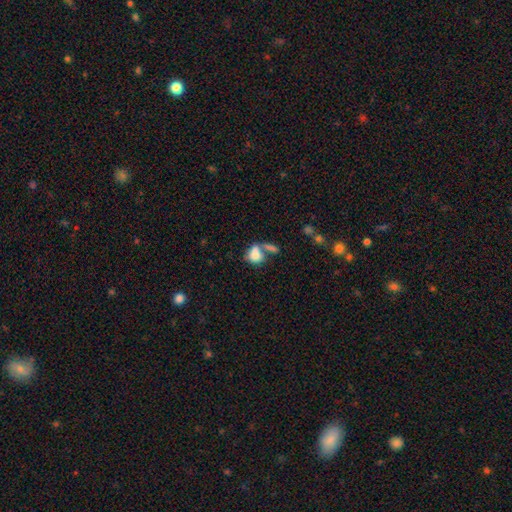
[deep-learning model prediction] Overall: smooth (76%). How rounded: in between (66%; round 31%). Merging: merger (47%; none 27%).